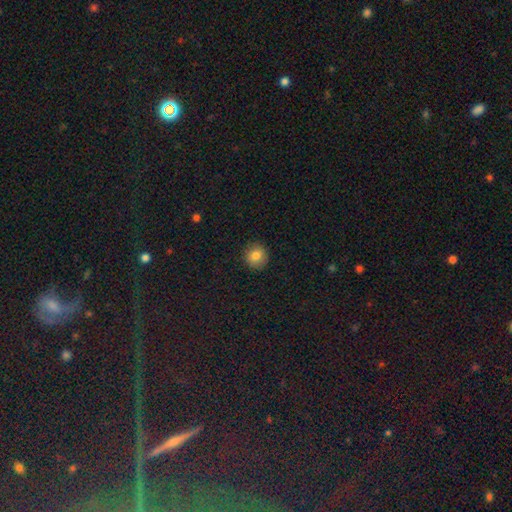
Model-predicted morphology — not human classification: A smooth galaxy with no disk features (83%) that is round (91%). Merging: none (90%).